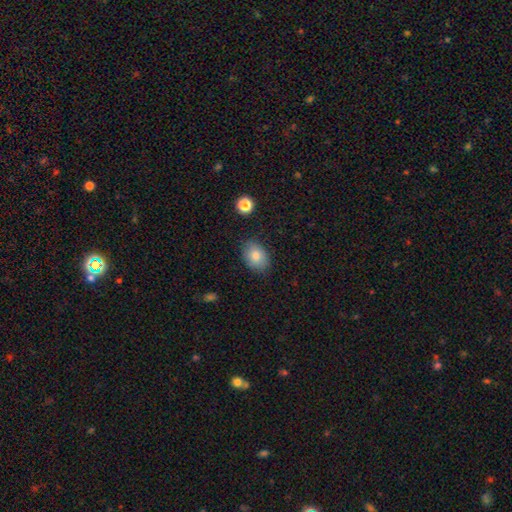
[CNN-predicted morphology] Smooth or featured? smooth (82%)
How rounded? in between (75%)
Merging? none (83%)